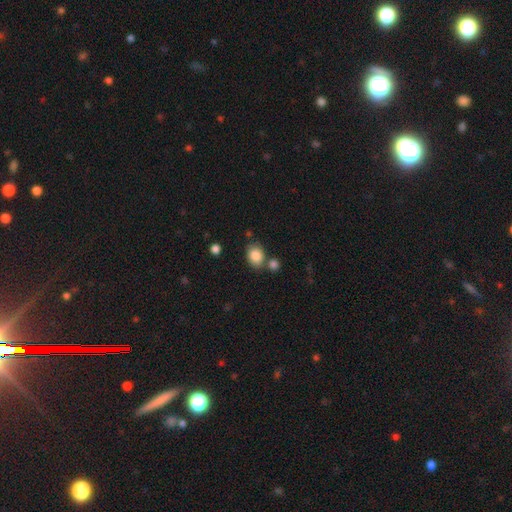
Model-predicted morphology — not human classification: Smooth or featured? smooth (86%)
How rounded? in between (59%)
Merging? none (65%)